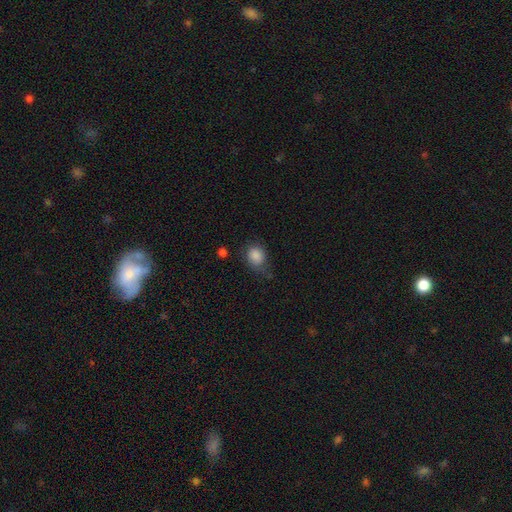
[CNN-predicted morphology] smooth_or_featured: smooth (p=0.86) [alt: star or artifact p=0.09]
how_rounded: round (p=0.58) [alt: in between p=0.41]
merging: none (p=0.59) [alt: minor disturbance p=0.29]